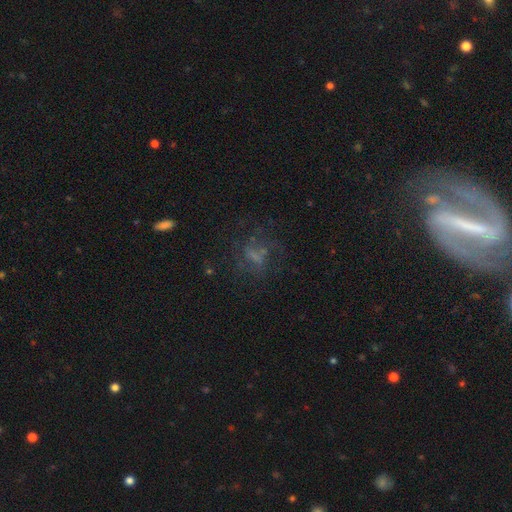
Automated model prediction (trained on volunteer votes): A featured or disk galaxy (44%). Merging: none (52%).